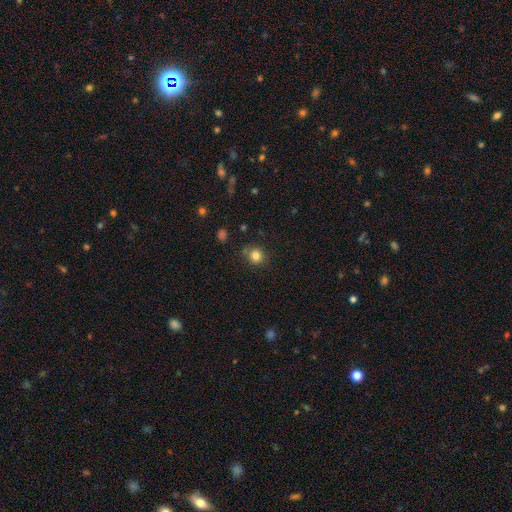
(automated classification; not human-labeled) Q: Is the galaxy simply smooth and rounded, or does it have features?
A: smooth — 82%.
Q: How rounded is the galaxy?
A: round — 88%.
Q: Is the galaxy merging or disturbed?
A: none — 80%.